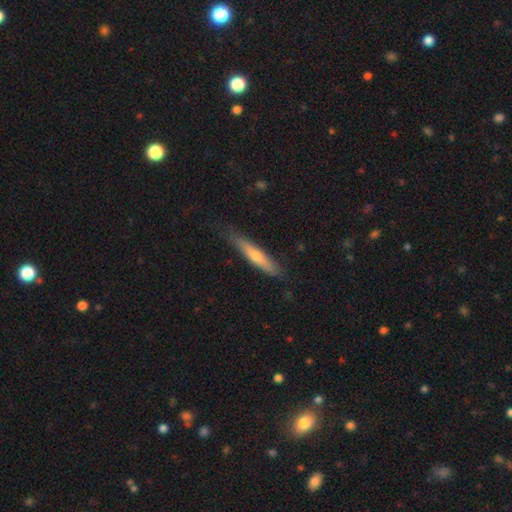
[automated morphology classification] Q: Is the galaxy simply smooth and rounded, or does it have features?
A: featured or disk — 52%.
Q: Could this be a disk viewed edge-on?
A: yes — 91%.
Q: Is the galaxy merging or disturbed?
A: none — 82%.